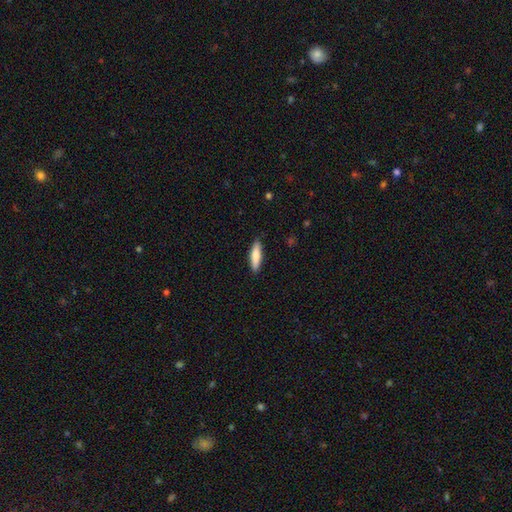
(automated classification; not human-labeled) smooth 78%, featured or disk 17%, star or artifact 5%. Down the decision tree: how rounded — cigar-shaped (72%); merging — none (88%).